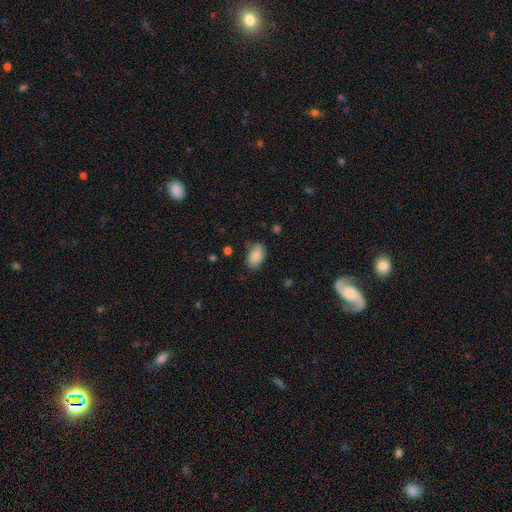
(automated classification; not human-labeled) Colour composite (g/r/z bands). It shows a smooth galaxy with no disk features (88%) that is in between round and cigar-shaped (91%). Merging: none (78%).